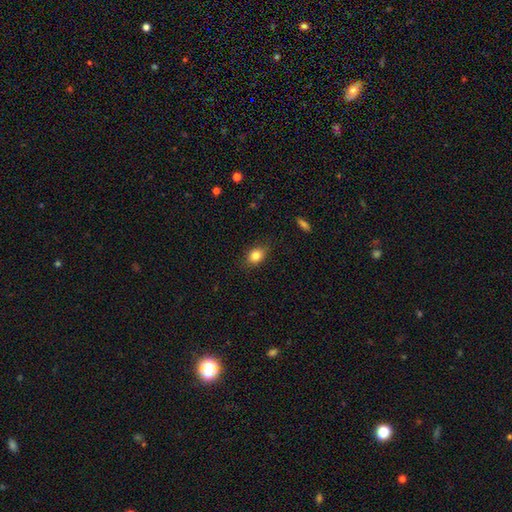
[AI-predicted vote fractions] Smooth or featured? Predicted: smooth (p=0.83). How rounded? Predicted: in between (p=0.61). Merging? Predicted: none (p=0.81).